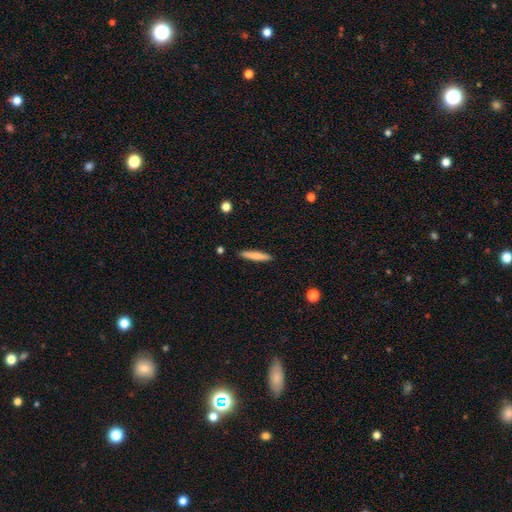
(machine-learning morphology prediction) A smooth galaxy with no disk features (77%) that is cigar-shaped (92%).

Vote fractions:
- Smooth or featured? smooth: 77% / featured or disk: 17% / star or artifact: 6%
- How rounded? cigar-shaped: 92% / in between: 7% / round: 1%
- Merging? none: 90% / minor disturbance: 7% / major disturbance: 2% / merger: 1%